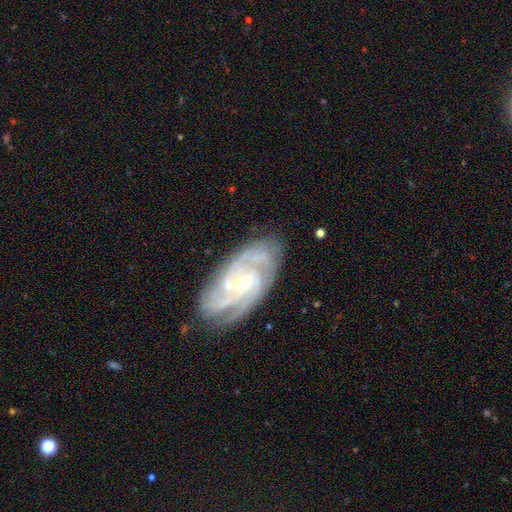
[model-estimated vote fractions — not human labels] smooth_or_featured: featured or disk (p=0.90) [alt: smooth p=0.05]
disk_edge_on: no (p=0.96) [alt: yes p=0.04]
bar: weak (p=0.46) [alt: no p=0.37]
has_spiral_arms: yes (p=0.98) [alt: no p=0.02]
spiral_winding: tight (p=0.57) [alt: medium p=0.37]
spiral_arm_count: 3 (p=0.30) [alt: 4 p=0.27]
bulge_size: small (p=0.66) [alt: moderate p=0.30]
merging: none (p=0.80) [alt: minor disturbance p=0.14]